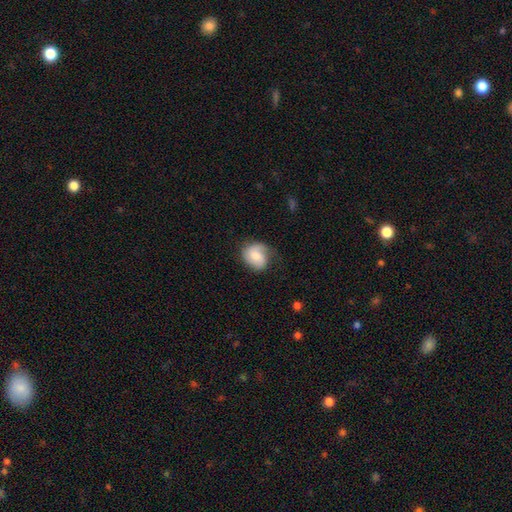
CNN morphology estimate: Smooth or featured: smooth — 59% (featured or disk — 34%)
How rounded: round — 52% (in between — 47%)
Merging: none — 53% (minor disturbance — 31%)